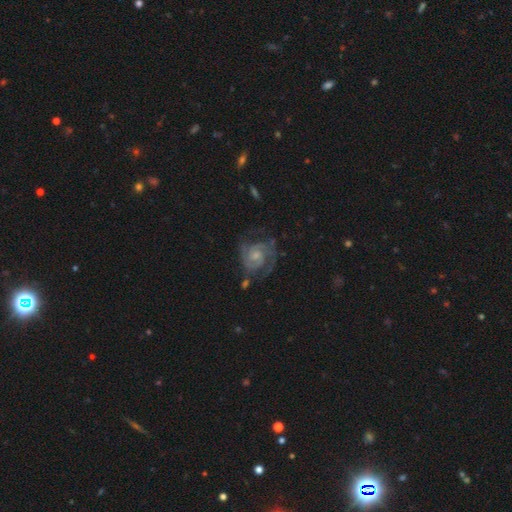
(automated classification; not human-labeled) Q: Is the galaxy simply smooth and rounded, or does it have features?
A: featured or disk — 90%.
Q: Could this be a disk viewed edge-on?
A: no — 98%.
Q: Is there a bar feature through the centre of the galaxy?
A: no — 56%.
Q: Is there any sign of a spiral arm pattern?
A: yes — 98%.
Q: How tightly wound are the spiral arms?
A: tight — 53%.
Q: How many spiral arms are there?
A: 2 — 75%.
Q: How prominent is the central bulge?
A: small — 54%.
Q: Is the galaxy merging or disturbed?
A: none — 65%.